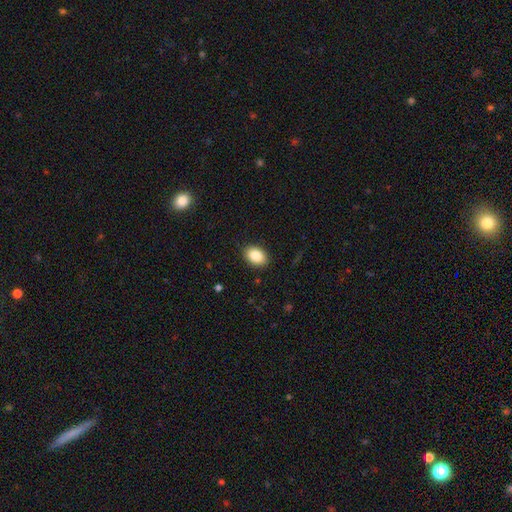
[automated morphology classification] A smooth galaxy with no disk features (87%) that is in between round and cigar-shaped (82%). Merging: none (89%).